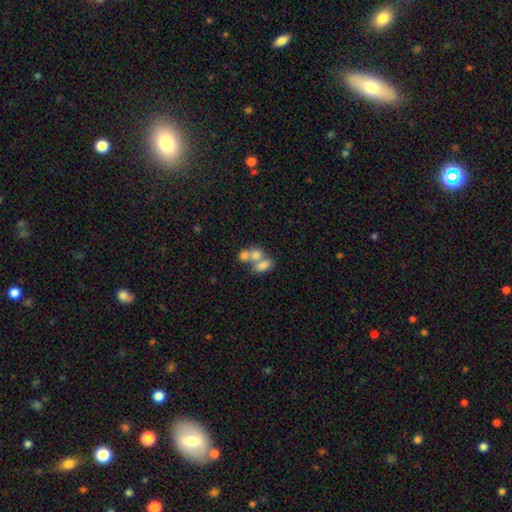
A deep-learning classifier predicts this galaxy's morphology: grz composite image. It shows a smooth galaxy with no disk features (69%) that is in between round and cigar-shaped (74%). Merging: merger (66%).